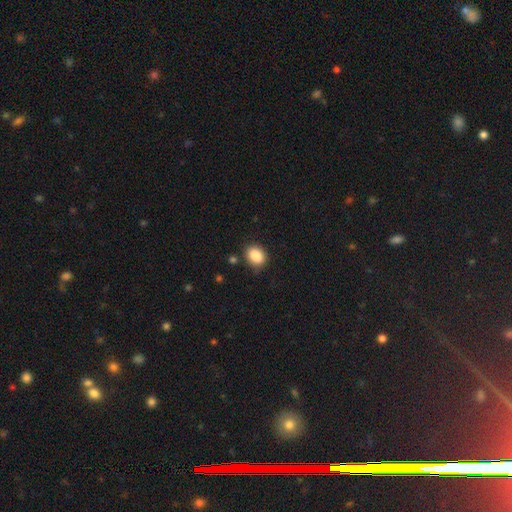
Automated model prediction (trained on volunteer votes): The model was most divided on "how rounded": in between: 56%, round: 43%, cigar-shaped: 1%. More confident: smooth or featured — smooth (87%); merging — none (82%).